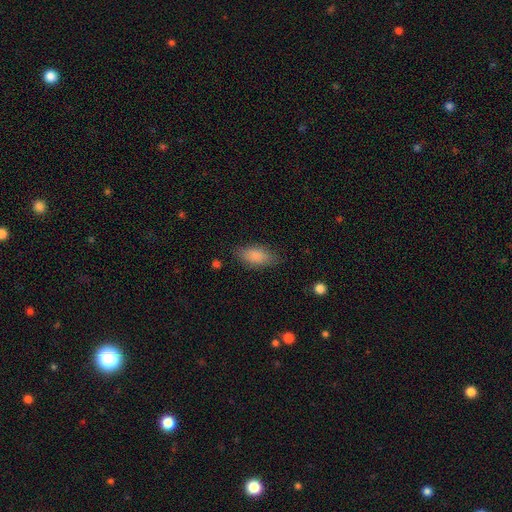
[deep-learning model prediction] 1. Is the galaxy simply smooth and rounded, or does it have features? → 85% smooth, 7% featured or disk, 7% star or artifact.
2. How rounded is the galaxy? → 85% in between, 12% cigar-shaped, 3% round.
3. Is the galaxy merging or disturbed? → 79% none, 16% minor disturbance, 4% major disturbance, 1% merger.